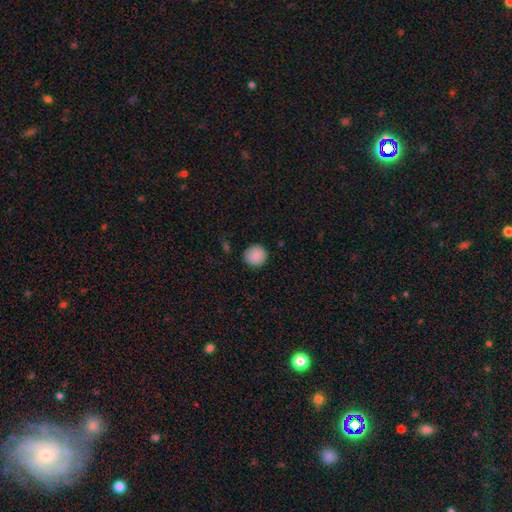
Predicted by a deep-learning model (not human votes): Smooth or featured: smooth — 89% (star or artifact — 7%)
How rounded: round — 94% (in between — 5%)
Merging: none — 89% (minor disturbance — 8%)